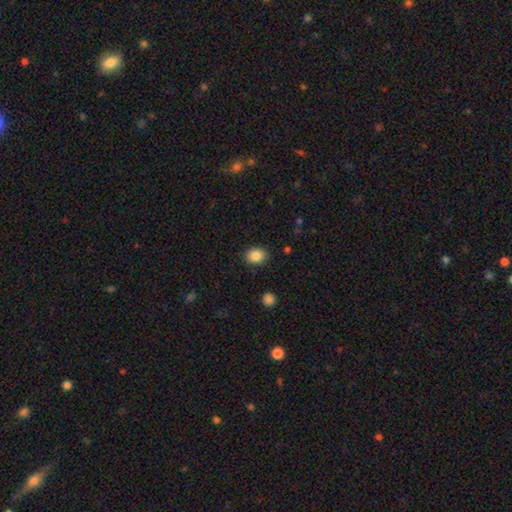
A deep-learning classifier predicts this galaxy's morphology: type=smooth (87%); roundness=in between (51%); merging=none (87%).